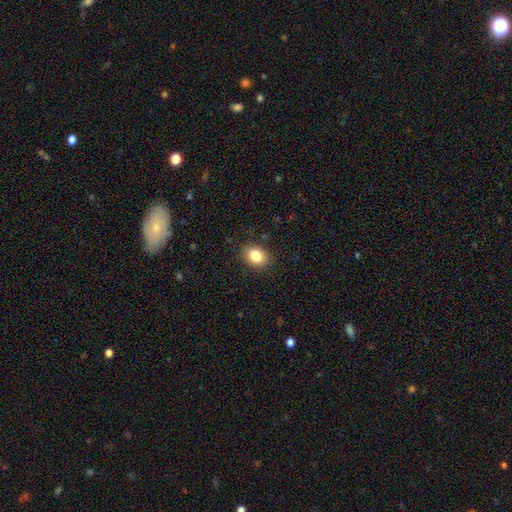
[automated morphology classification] Smooth or featured? Predicted: smooth (p=0.84). How rounded? Predicted: in between (p=0.62). Merging? Predicted: none (p=0.88).